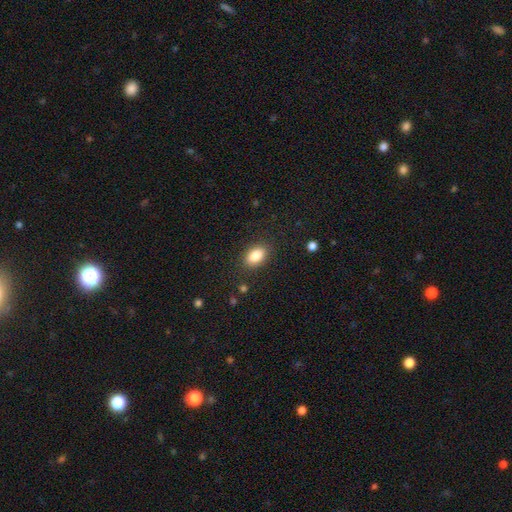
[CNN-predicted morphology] type=smooth (86%); roundness=in between (88%); merging=none (86%).